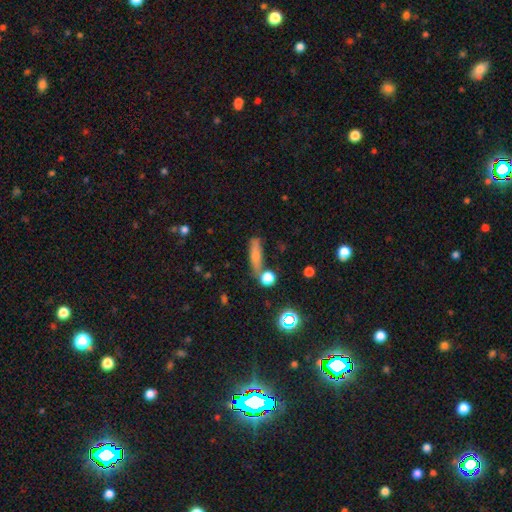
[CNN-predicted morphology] A smooth galaxy with no disk features (67%) that is cigar-shaped (62%).

Vote fractions:
- Smooth or featured? smooth: 67% / featured or disk: 20% / star or artifact: 12%
- How rounded? cigar-shaped: 62% / in between: 32% / round: 7%
- Merging? none: 63% / minor disturbance: 18% / merger: 14% / major disturbance: 6%